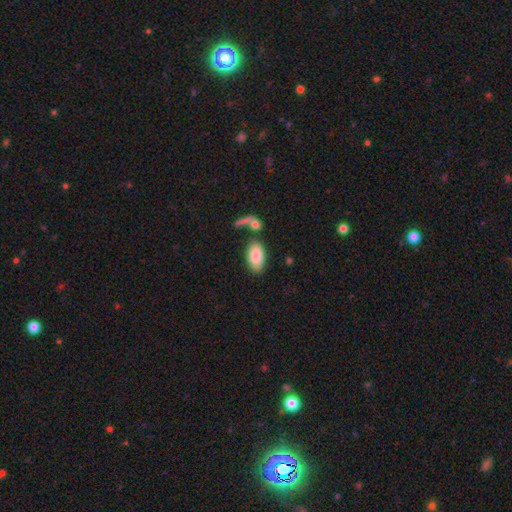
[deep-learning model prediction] This is clearly a smooth galaxy (84%). How rounded: clearly in between (94%). Merging: likely none (68%).